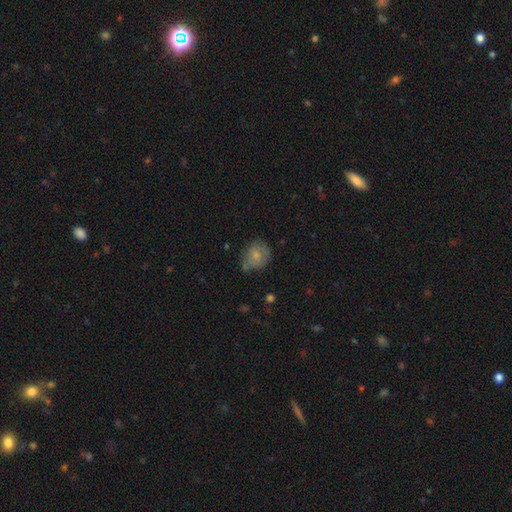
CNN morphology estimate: smooth-or-featured: smooth: 67% | featured or disk: 24% | star or artifact: 9%
  how-rounded: round: 63% | in between: 36% | cigar-shaped: 1%
  merging: none: 58% | minor disturbance: 28% | major disturbance: 9% | merger: 5%